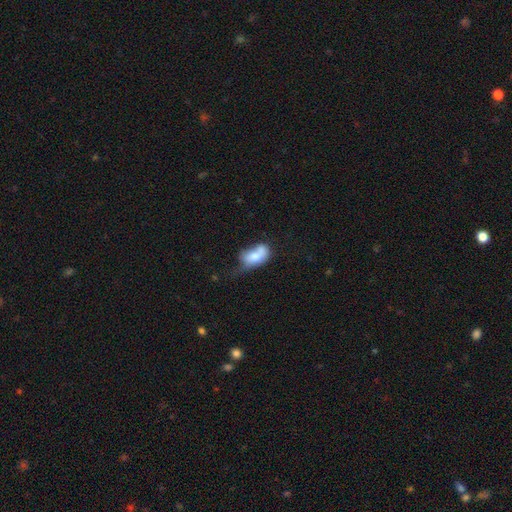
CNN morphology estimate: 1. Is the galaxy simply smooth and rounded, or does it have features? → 69% smooth, 23% featured or disk, 8% star or artifact.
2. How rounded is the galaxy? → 85% in between, 12% round, 3% cigar-shaped.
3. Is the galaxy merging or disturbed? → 33% merger, 25% minor disturbance, 21% major disturbance, 21% none.